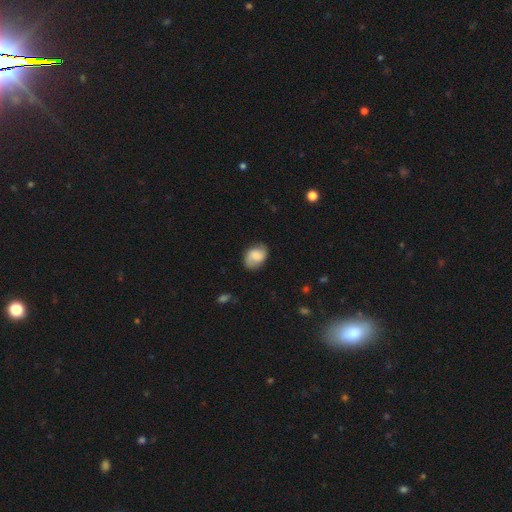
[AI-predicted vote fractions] Smooth or featured? Predicted: smooth (p=0.67). How rounded? Predicted: in between (p=0.76). Merging? Predicted: none (p=0.73).